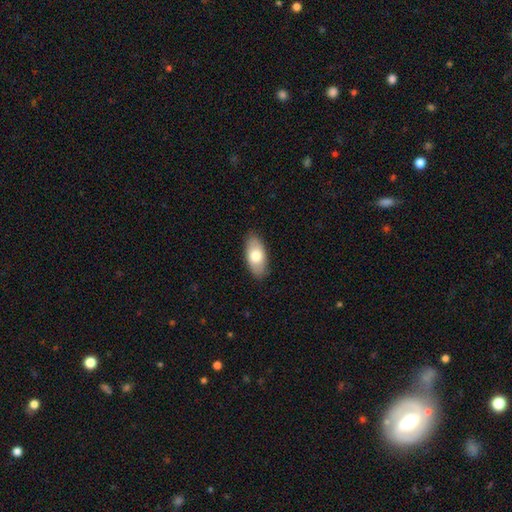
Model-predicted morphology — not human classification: This appears to be a smooth galaxy with no disk features (76%) that is in between round and cigar-shaped (92%). Merging: none (87%).